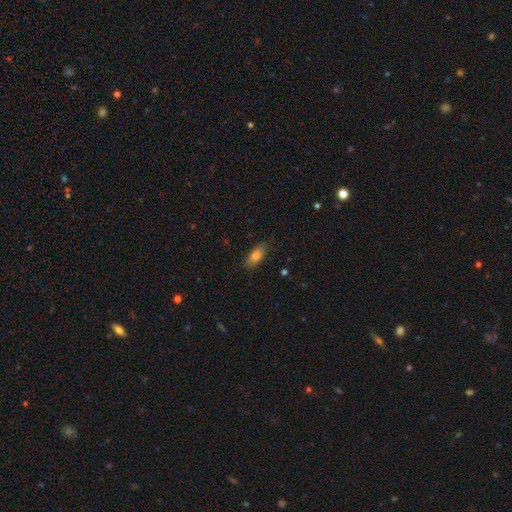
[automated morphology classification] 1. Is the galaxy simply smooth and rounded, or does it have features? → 83% smooth, 8% featured or disk, 8% star or artifact.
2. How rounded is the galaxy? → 84% in between, 12% cigar-shaped, 3% round.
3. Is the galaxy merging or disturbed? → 82% none, 14% minor disturbance, 3% major disturbance, 1% merger.